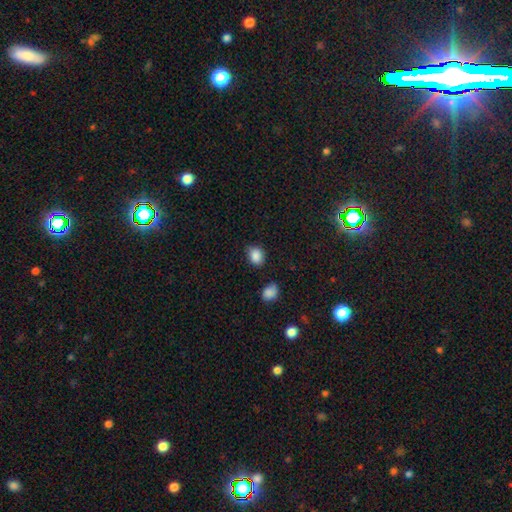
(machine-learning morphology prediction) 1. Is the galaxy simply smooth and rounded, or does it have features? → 87% smooth, 9% star or artifact, 4% featured or disk.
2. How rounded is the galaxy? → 54% in between, 45% round, 1% cigar-shaped.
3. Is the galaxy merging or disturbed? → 74% none, 19% minor disturbance, 4% major disturbance, 3% merger.